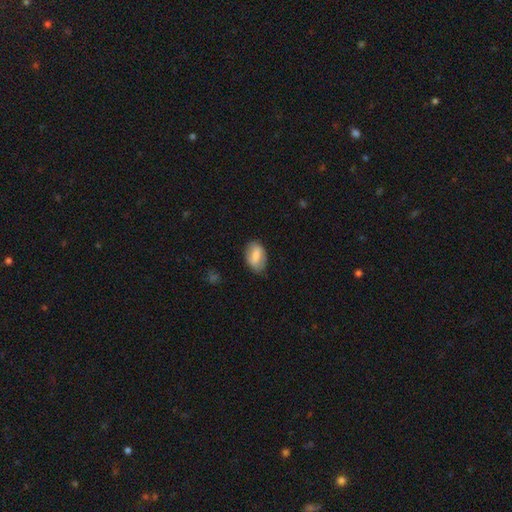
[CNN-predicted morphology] This appears to be a smooth galaxy with no disk features (66%) that is in between round and cigar-shaped (88%). Merging: none (77%).